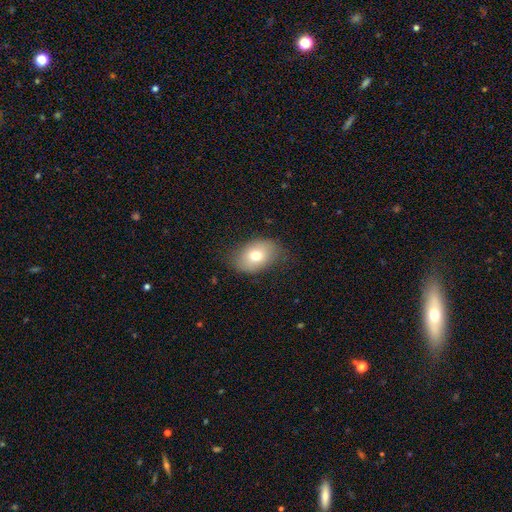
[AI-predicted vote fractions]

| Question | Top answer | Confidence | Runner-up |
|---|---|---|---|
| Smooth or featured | smooth | 72% | featured or disk (19%) |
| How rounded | in between | 82% | round (17%) |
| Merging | none | 77% | minor disturbance (18%) |